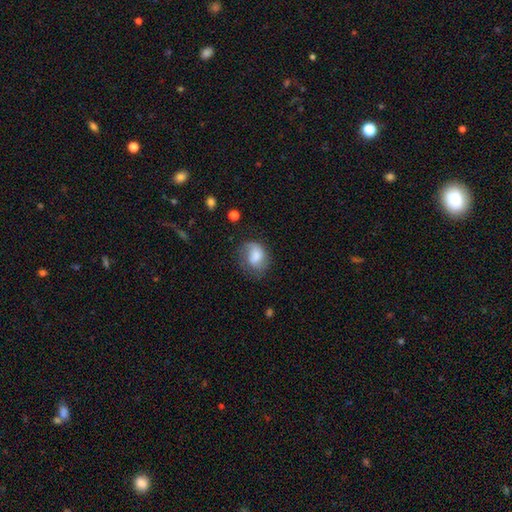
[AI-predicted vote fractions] The model was most divided on "how rounded": in between: 53%, round: 46%, cigar-shaped: 1%. More confident: smooth or featured — smooth (62%); merging — none (50%).